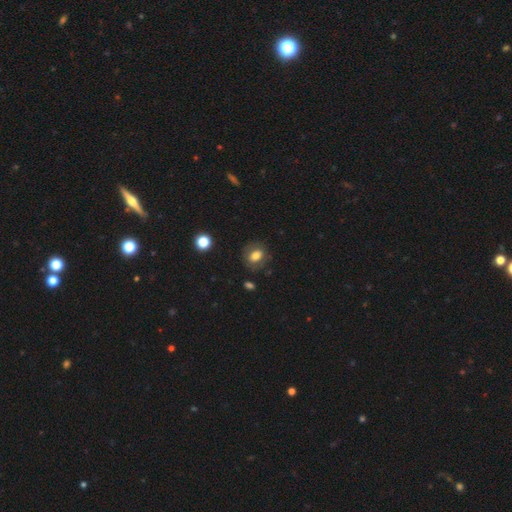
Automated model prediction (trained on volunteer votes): Morphology: type=smooth (70%); roundness=in between (55%); merging=none (79%).